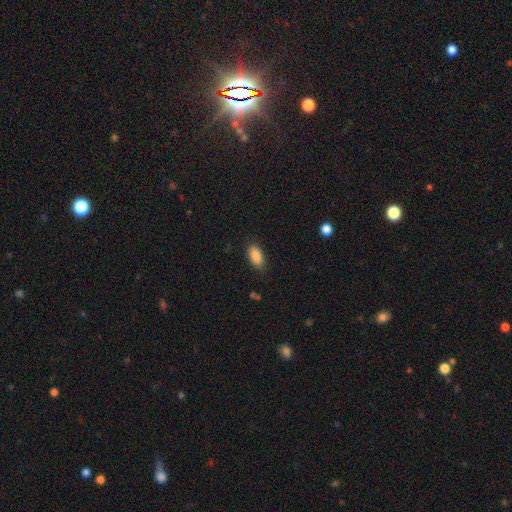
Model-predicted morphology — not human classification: smooth 89%, star or artifact 7%, featured or disk 4%. Down the decision tree: how rounded — in between (91%); merging — none (85%).